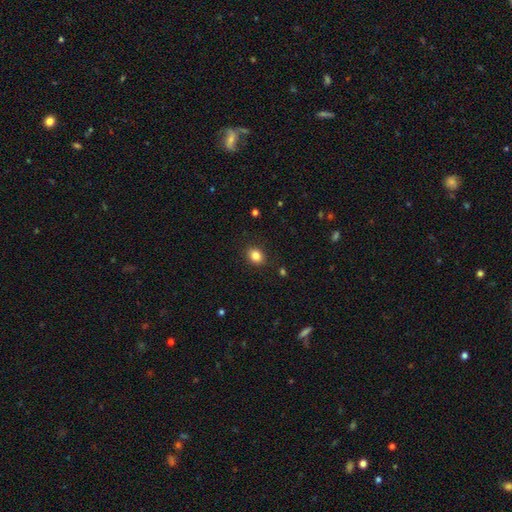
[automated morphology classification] Smooth or featured? smooth (84%)
How rounded? in between (52%)
Merging? none (89%)